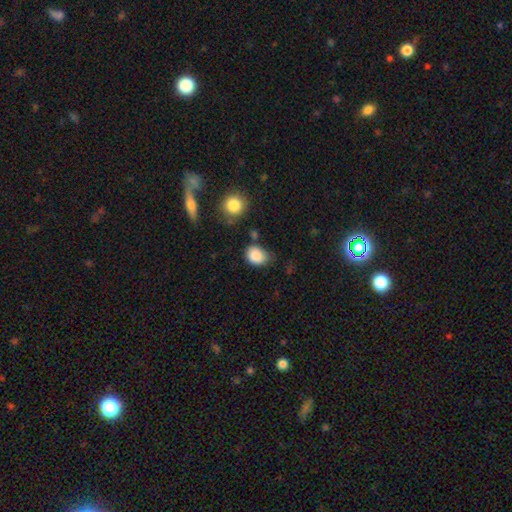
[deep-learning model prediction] Overall: smooth (87%). How rounded: in between (51%; round 48%). Merging: none (56%; minor disturbance 30%).